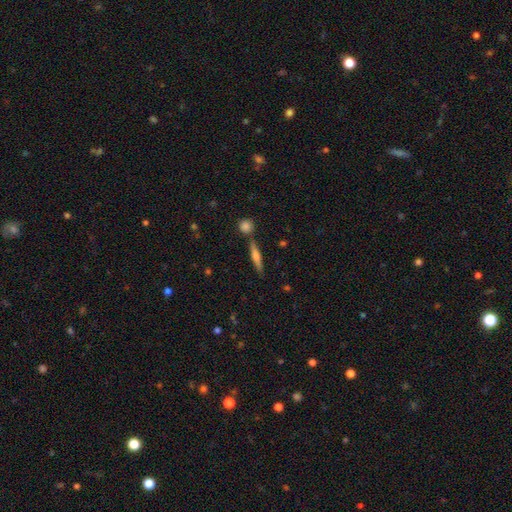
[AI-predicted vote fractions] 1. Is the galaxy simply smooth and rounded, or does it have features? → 47% smooth, 45% featured or disk, 7% star or artifact.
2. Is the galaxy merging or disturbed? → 80% none, 9% minor disturbance, 9% merger, 2% major disturbance.